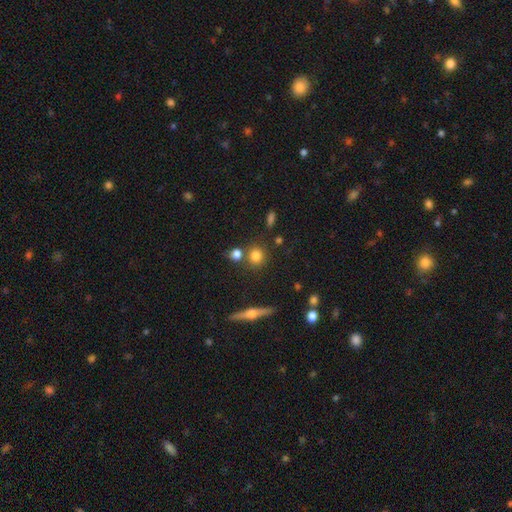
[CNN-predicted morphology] Overall: smooth (76%). How rounded: round (83%). Merging: none (74%).